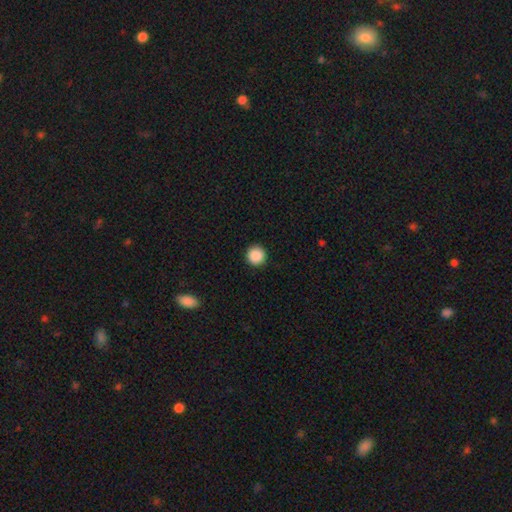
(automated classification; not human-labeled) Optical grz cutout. It shows a smooth galaxy with no disk features (89%) that is round (96%). Merging: none (92%).